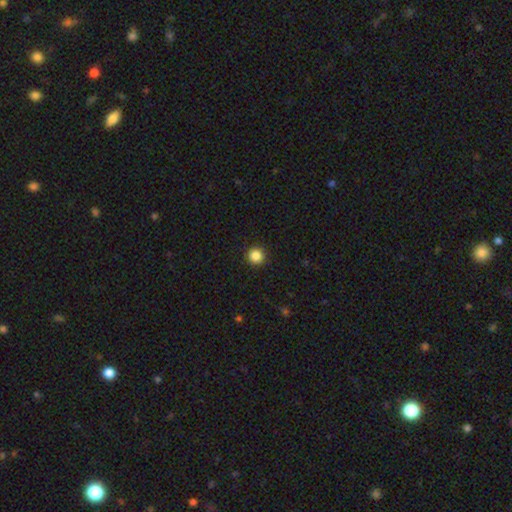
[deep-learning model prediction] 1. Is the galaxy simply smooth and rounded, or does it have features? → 86% smooth, 11% star or artifact, 3% featured or disk.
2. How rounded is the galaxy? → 95% round, 4% in between, 1% cigar-shaped.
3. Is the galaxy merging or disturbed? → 93% none, 5% minor disturbance, 2% major disturbance, 1% merger.